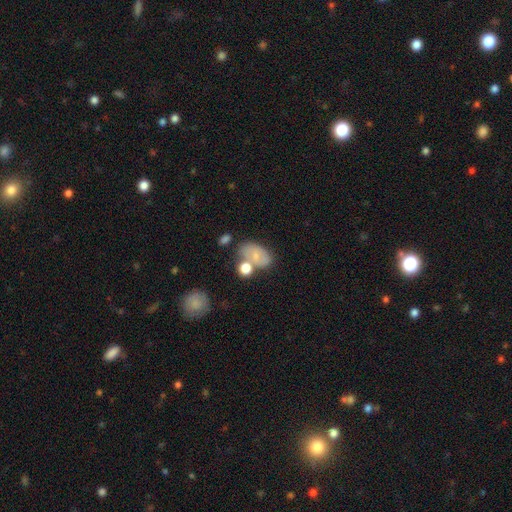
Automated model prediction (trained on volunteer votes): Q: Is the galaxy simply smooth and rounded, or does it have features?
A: smooth — 63%.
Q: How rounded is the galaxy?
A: in between — 80%.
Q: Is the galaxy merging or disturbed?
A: none — 40%.